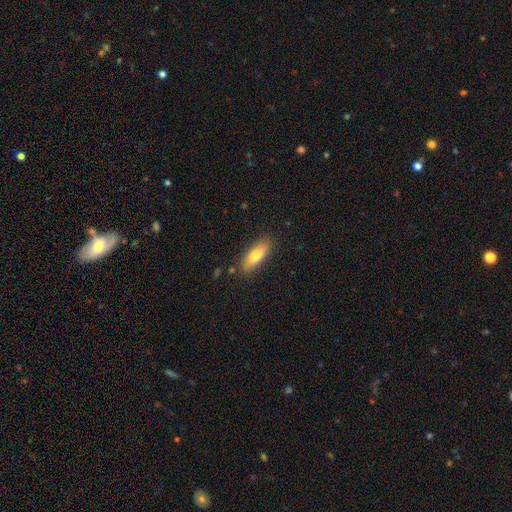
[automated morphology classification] The model was most divided on "how rounded": in between: 64%, cigar-shaped: 34%, round: 2%. More confident: merging — none (86%); smooth or featured — smooth (73%).